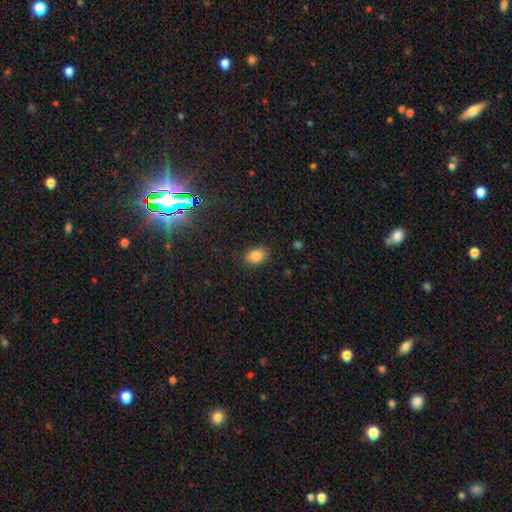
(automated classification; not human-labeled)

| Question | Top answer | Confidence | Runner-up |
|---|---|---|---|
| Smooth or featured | smooth | 85% | star or artifact (10%) |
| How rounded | in between | 83% | round (16%) |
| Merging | none | 84% | minor disturbance (12%) |